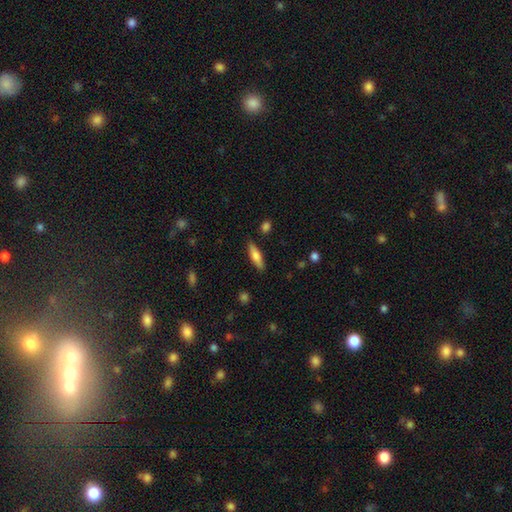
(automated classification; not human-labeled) The model was most divided on "how rounded": cigar-shaped: 59%, in between: 39%, round: 2%. More confident: merging — none (85%); smooth or featured — smooth (68%).